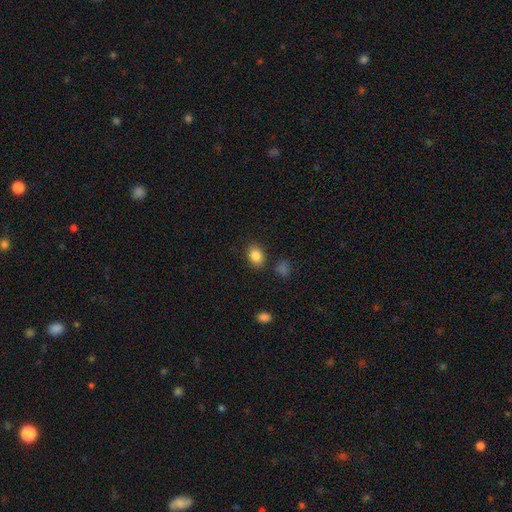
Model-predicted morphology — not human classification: Q: Smooth or featured?
A: smooth (86%); runner-up: star or artifact (9%)
Q: How rounded?
A: in between (66%); runner-up: round (33%)
Q: Merging?
A: none (82%); runner-up: minor disturbance (11%)